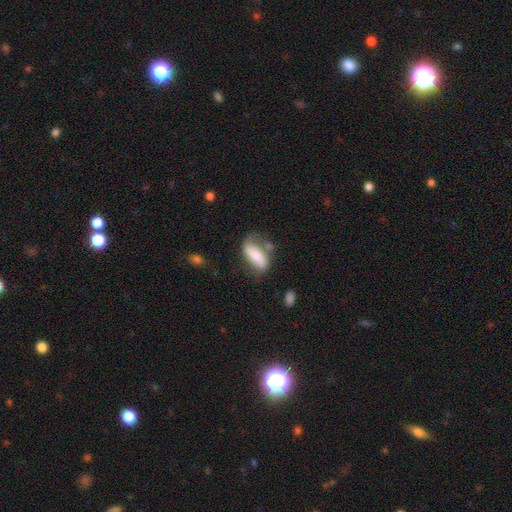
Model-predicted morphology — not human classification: smooth_or_featured: smooth (p=0.54) [alt: featured or disk p=0.40]
how_rounded: in between (p=0.77) [alt: cigar-shaped p=0.19]
merging: none (p=0.52) [alt: minor disturbance p=0.26]